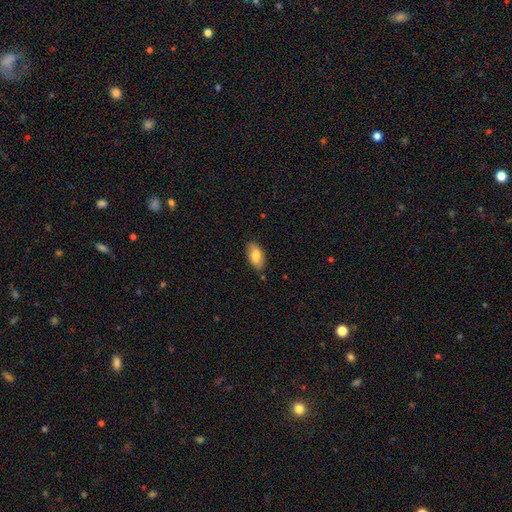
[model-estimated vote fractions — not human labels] This appears to be a smooth galaxy with no disk features (77%) that is in between round and cigar-shaped (93%). Merging: none (84%).